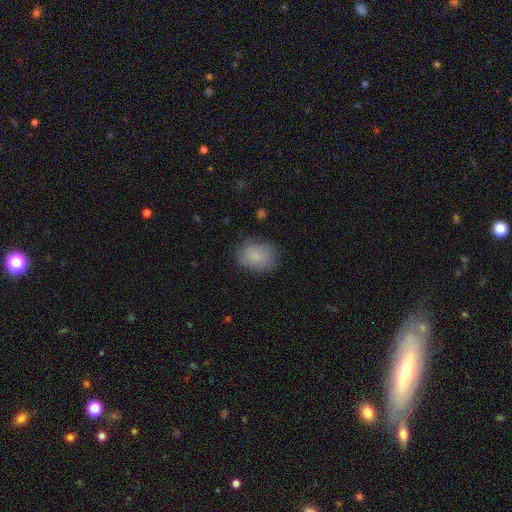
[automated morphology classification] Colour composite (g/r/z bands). It shows a smooth galaxy with no disk features (84%) that is in between round and cigar-shaped (54%). Merging: none (78%).